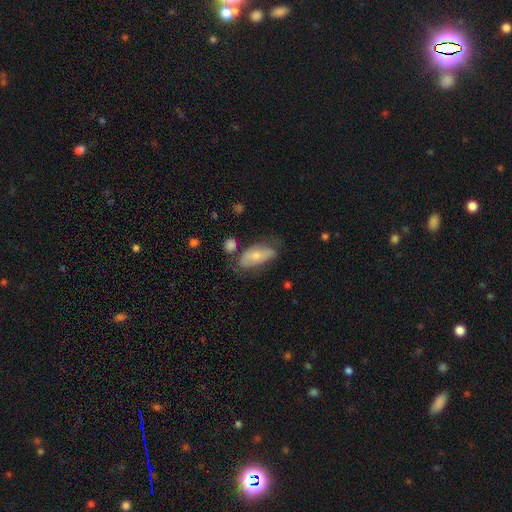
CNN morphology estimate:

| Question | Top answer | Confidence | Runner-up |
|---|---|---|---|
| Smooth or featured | smooth | 57% | featured or disk (36%) |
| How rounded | in between | 85% | cigar-shaped (11%) |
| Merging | none | 53% | minor disturbance (28%) |